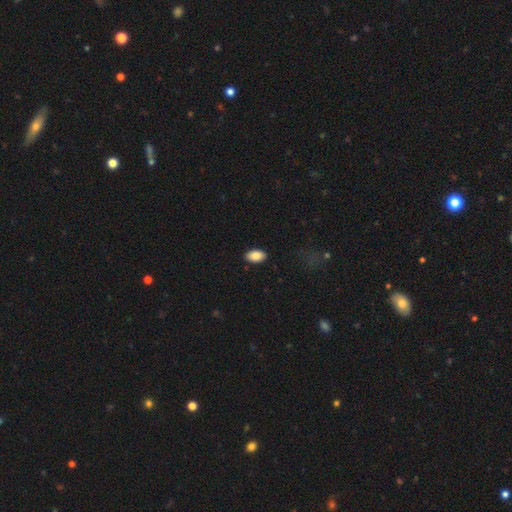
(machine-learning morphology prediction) Smooth or featured? smooth (88%)
How rounded? in between (93%)
Merging? none (89%)